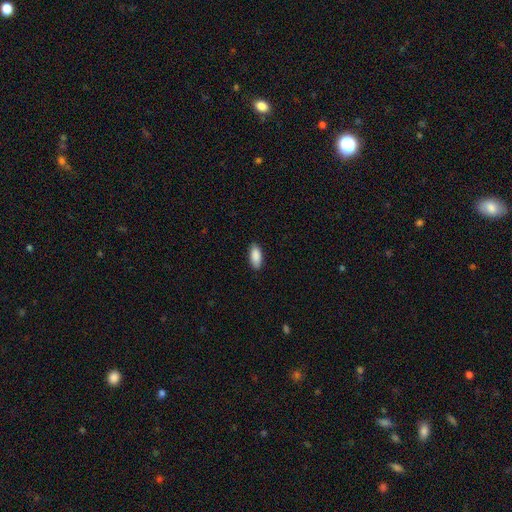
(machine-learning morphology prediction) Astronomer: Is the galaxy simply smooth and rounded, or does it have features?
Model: smooth — 90%.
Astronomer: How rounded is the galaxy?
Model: in between — 88%.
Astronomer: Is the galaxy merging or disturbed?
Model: none — 88%.